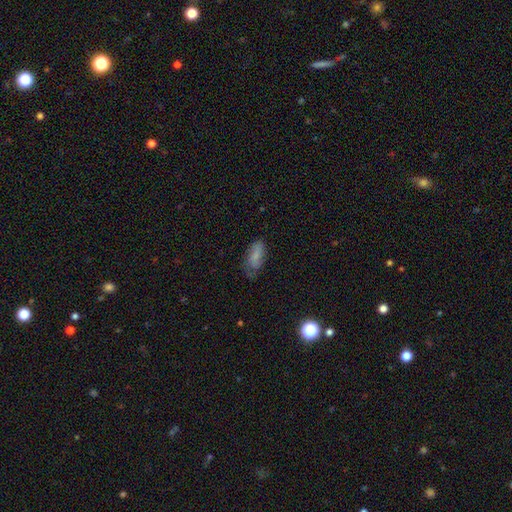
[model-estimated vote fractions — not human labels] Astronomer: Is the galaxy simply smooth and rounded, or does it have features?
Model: smooth — 71%.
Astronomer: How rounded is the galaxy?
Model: in between — 83%.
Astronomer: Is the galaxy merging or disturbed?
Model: none — 56%.